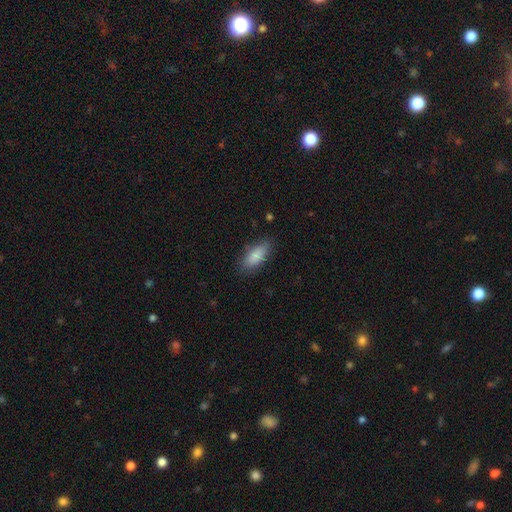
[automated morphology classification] A smooth galaxy with no disk features (85%) that is in between round and cigar-shaped (82%).

Vote fractions:
- Smooth or featured? smooth: 85% / featured or disk: 8% / star or artifact: 6%
- How rounded? in between: 82% / cigar-shaped: 16% / round: 2%
- Merging? none: 81% / minor disturbance: 14% / major disturbance: 3% / merger: 1%